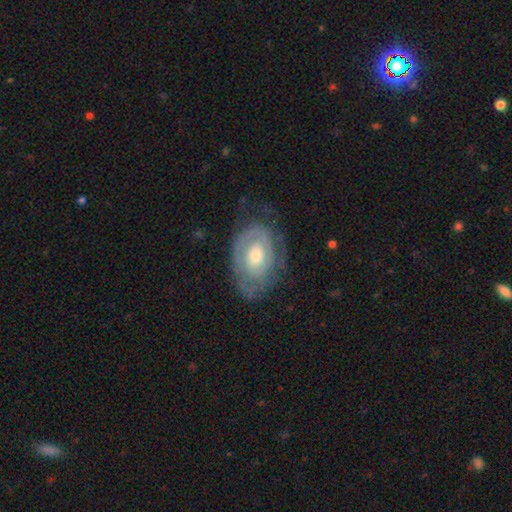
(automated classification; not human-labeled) The model was most divided on "bulge size": moderate: 57%, small: 35%, large: 6%, none: 1%, dominant: 1%. More confident: edge-on disk — no (95%); bar — no (78%); smooth or featured — featured or disk (69%); spiral arms — yes (65%); merging — none (62%).